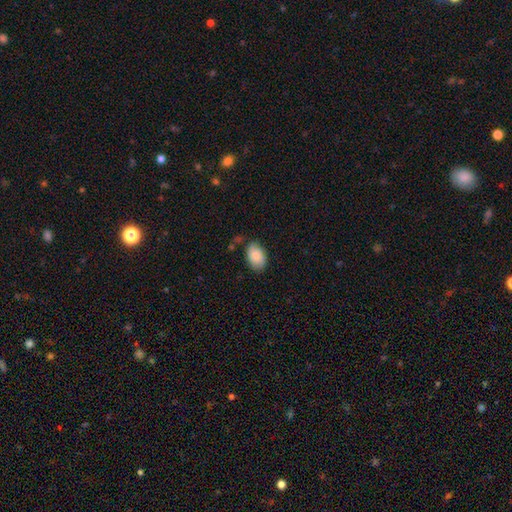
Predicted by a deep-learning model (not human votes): smooth-or-featured: smooth: 86% | featured or disk: 7% | star or artifact: 6%
  how-rounded: in between: 89% | round: 10% | cigar-shaped: 1%
  merging: none: 73% | minor disturbance: 20% | major disturbance: 4% | merger: 3%